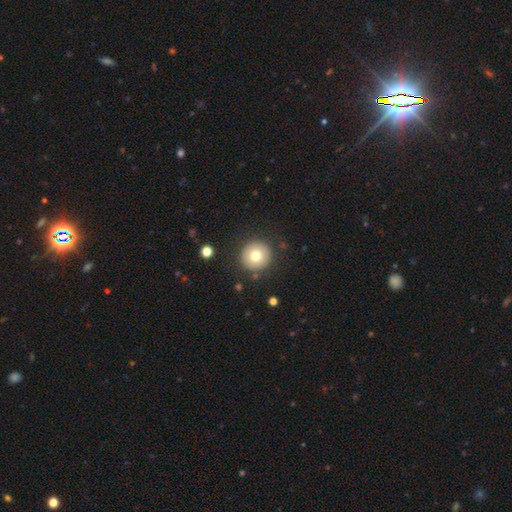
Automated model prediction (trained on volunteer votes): Overall: smooth (76%). How rounded: round (95%). Merging: none (89%).